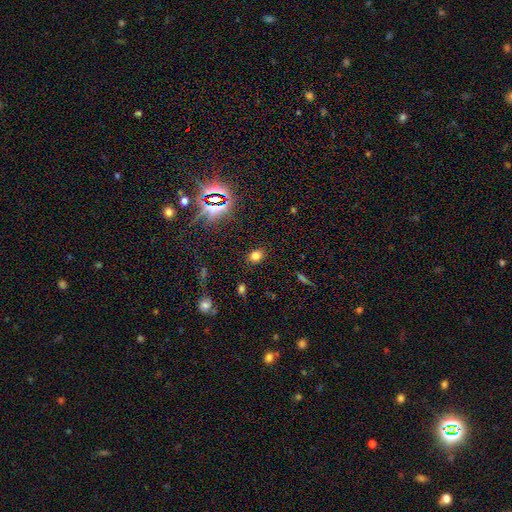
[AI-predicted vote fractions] The model was most divided on "how rounded": in between: 58%, round: 41%, cigar-shaped: 1%. More confident: merging — none (87%); smooth or featured — smooth (73%).